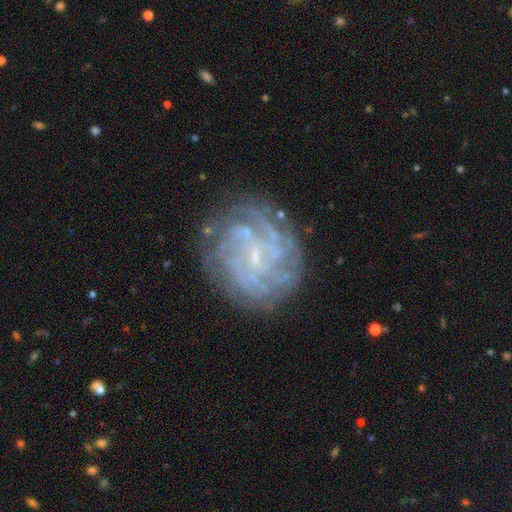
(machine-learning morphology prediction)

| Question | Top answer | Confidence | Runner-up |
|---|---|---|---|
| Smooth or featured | featured or disk | 82% | smooth (10%) |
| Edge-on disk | no | 98% | yes (2%) |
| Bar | no | 47% | weak (43%) |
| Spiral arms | yes | 91% | no (9%) |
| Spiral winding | tight | 69% | medium (24%) |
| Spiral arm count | can't tell | 37% | 4 (21%) |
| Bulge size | small | 70% | none (18%) |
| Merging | none | 78% | minor disturbance (14%) |